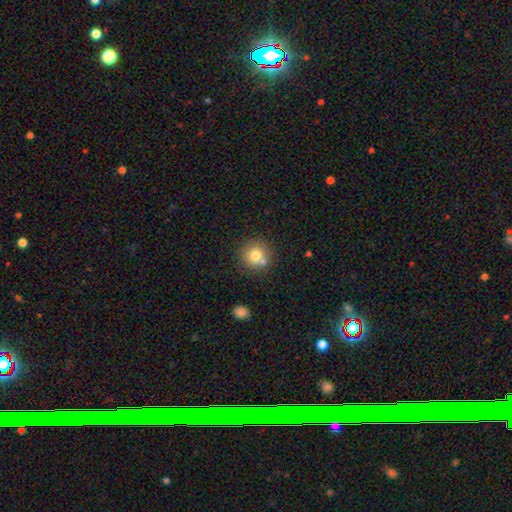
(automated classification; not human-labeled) A smooth galaxy with no disk features (76%) that is round (93%). Merging: none (73%).